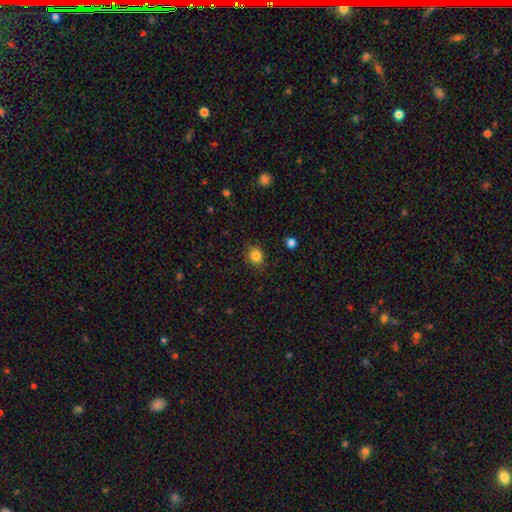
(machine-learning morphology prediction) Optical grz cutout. It shows a smooth galaxy with no disk features (83%) that is round (64%). Merging: none (84%).